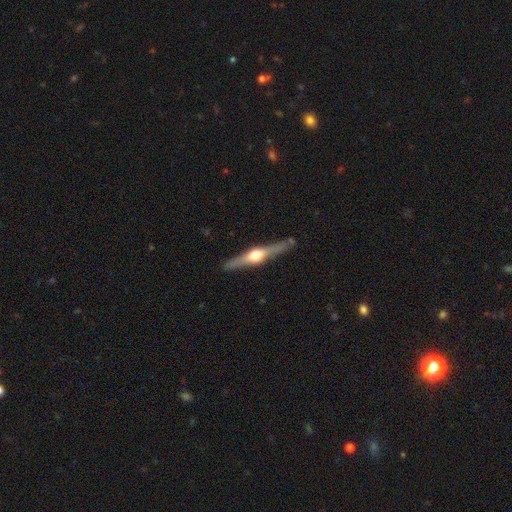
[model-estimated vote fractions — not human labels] Smooth or featured? featured or disk (76%)
Edge-on disk? yes (98%)
Edge-on bulge? rounded (94%)
Merging? none (86%)